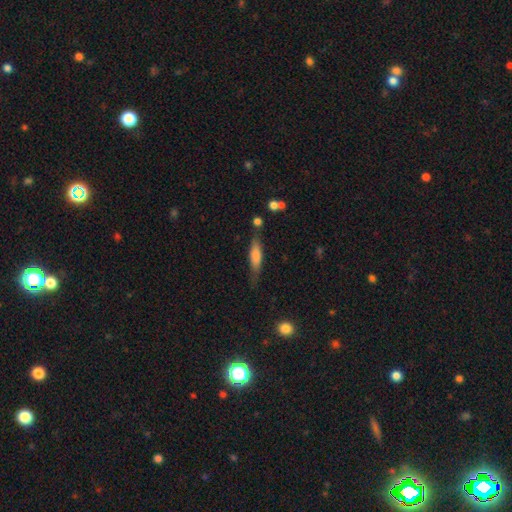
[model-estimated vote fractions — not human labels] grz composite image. It shows a smooth galaxy with no disk features (69%) that is cigar-shaped (65%). Merging: none (67%).